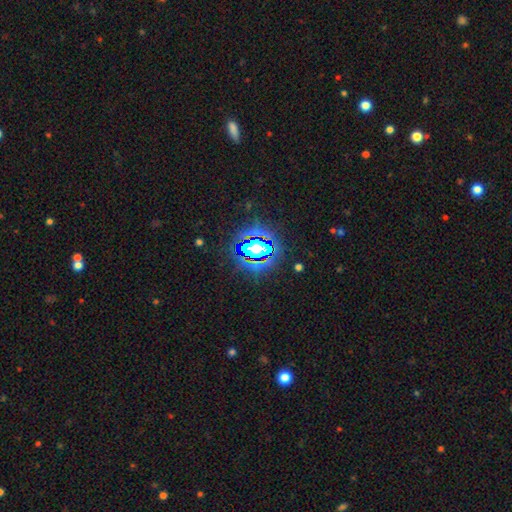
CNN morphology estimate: star or artifact 80%, smooth 12%, featured or disk 8%.